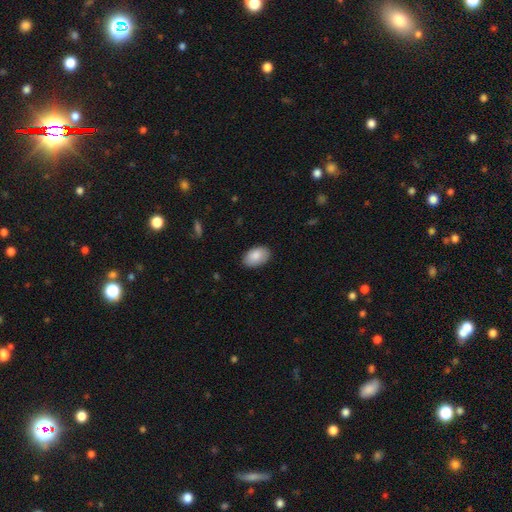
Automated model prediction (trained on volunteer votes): Smooth or featured?
  - smooth: 87% *
  - star or artifact: 6%
  - featured or disk: 6%
How rounded?
  - in between: 91% *
  - round: 8%
  - cigar-shaped: 1%
Merging?
  - none: 87% *
  - minor disturbance: 10%
  - major disturbance: 2%
  - merger: 1%